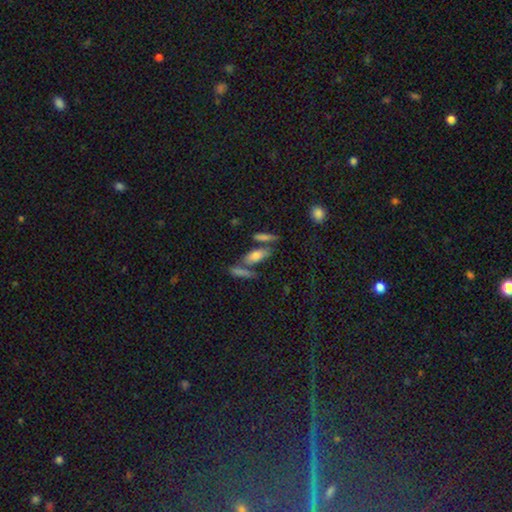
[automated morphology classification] Smooth or featured? smooth (63%)
How rounded? in between (53%)
Merging? none (61%)